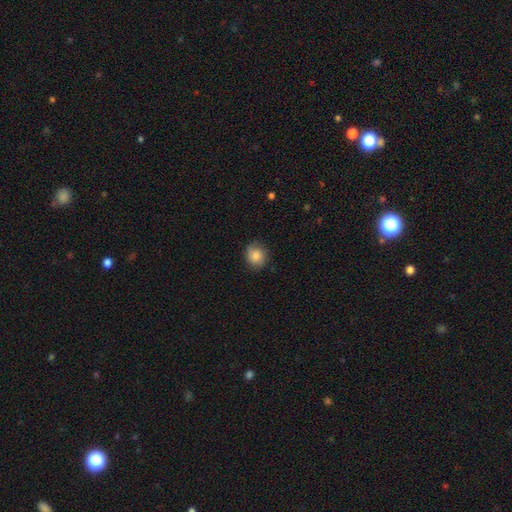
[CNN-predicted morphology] Smooth or featured? Predicted: smooth (p=0.78). How rounded? Predicted: round (p=0.77). Merging? Predicted: none (p=0.78).